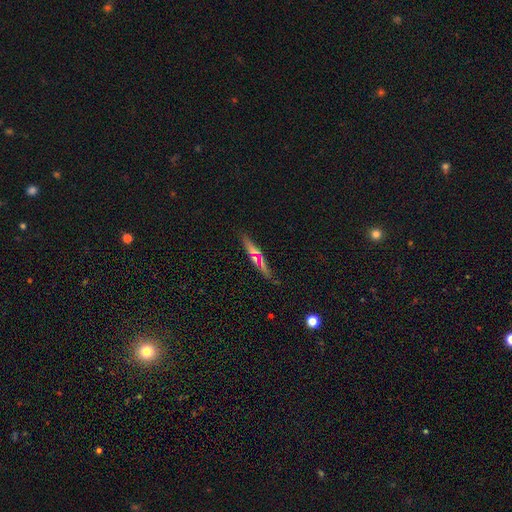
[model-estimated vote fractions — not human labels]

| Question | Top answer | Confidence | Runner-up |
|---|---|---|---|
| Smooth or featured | smooth | 47% | featured or disk (38%) |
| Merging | none | 85% | minor disturbance (10%) |